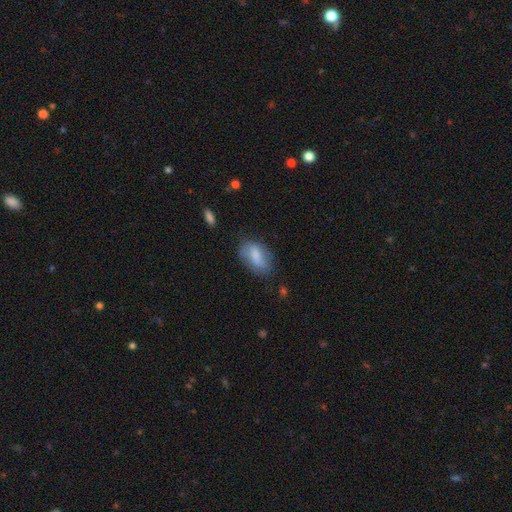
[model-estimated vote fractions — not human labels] smooth_or_featured: smooth (p=0.75) [alt: featured or disk p=0.18]
how_rounded: in between (p=0.90) [alt: round p=0.07]
merging: none (p=0.66) [alt: minor disturbance p=0.24]